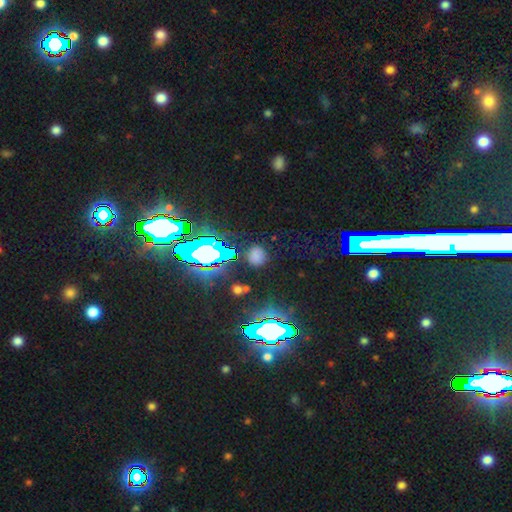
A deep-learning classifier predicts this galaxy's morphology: Smooth or featured: smooth — 56% (star or artifact — 36%)
How rounded: round — 77% (in between — 21%)
Merging: none — 84% (minor disturbance — 10%)